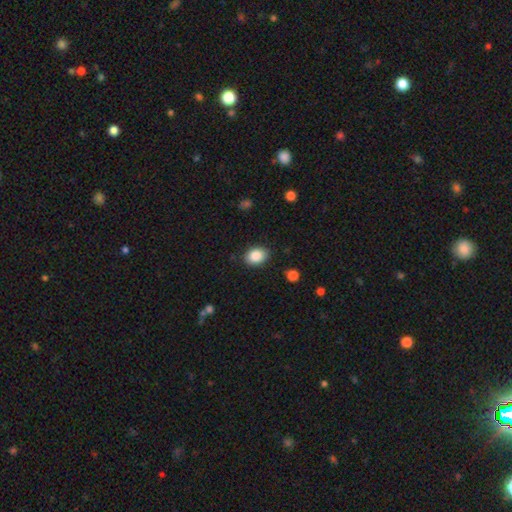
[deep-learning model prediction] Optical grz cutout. It shows a smooth galaxy with no disk features (87%) that is in between round and cigar-shaped (64%). Merging: none (85%).